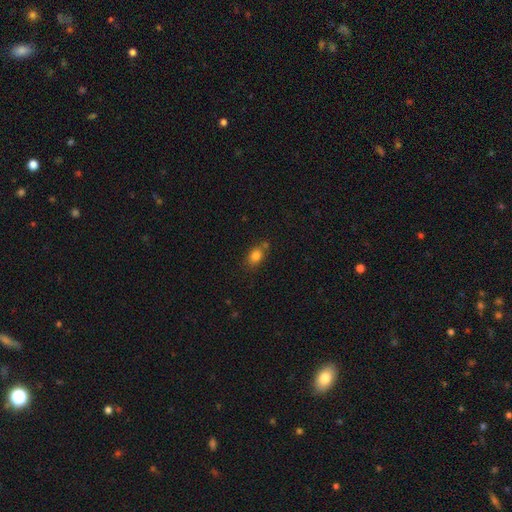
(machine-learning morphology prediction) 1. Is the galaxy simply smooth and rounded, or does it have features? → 82% smooth, 10% star or artifact, 7% featured or disk.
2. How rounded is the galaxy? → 67% in between, 31% round, 2% cigar-shaped.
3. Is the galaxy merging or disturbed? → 65% none, 17% minor disturbance, 14% merger, 4% major disturbance.